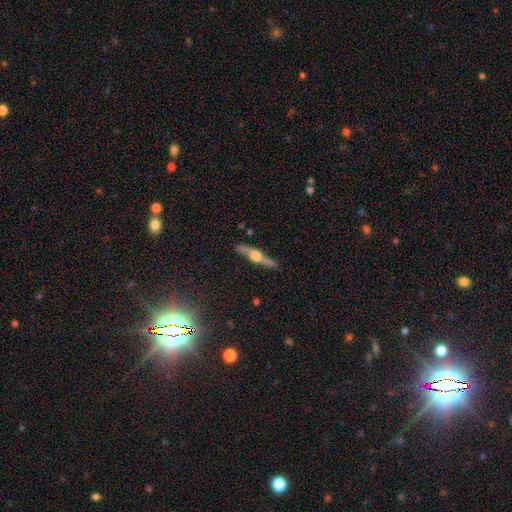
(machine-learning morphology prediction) Overall: featured or disk (74%). Edge-on disk: yes (97%). Edge-on bulge: rounded (93%). Merging: none (87%).